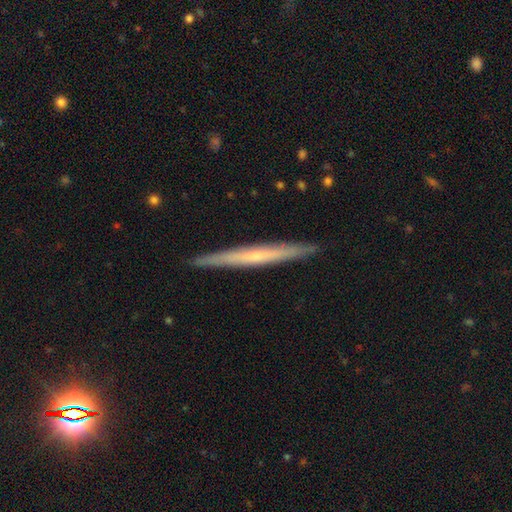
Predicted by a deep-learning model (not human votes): Smooth or featured?
  - featured or disk: 58% *
  - smooth: 37%
  - star or artifact: 6%
Edge-on disk?
  - yes: 96% *
  - no: 4%
Edge-on bulge?
  - none: 68% *
  - rounded: 27%
  - boxy: 4%
Merging?
  - none: 92% *
  - minor disturbance: 6%
  - major disturbance: 1%
  - merger: 1%